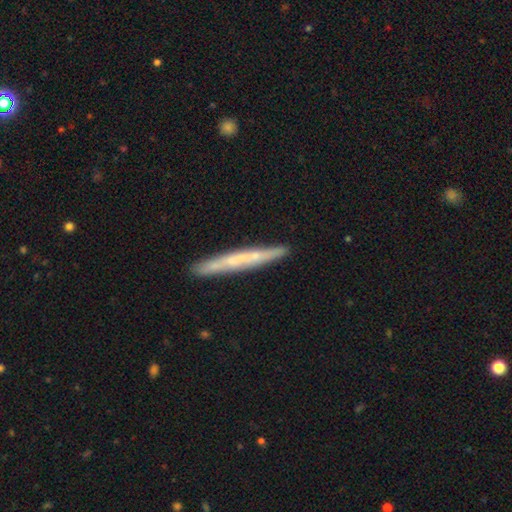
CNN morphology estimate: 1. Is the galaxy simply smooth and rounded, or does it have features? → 49% featured or disk, 44% smooth, 6% star or artifact.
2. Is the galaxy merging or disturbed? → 87% none, 9% minor disturbance, 2% merger, 2% major disturbance.